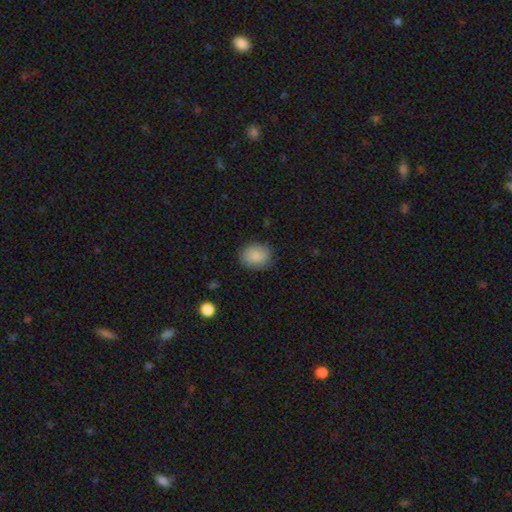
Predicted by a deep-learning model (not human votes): Q: Smooth or featured?
A: smooth (87%); runner-up: star or artifact (7%)
Q: How rounded?
A: round (50%); runner-up: in between (49%)
Q: Merging?
A: none (83%); runner-up: minor disturbance (13%)